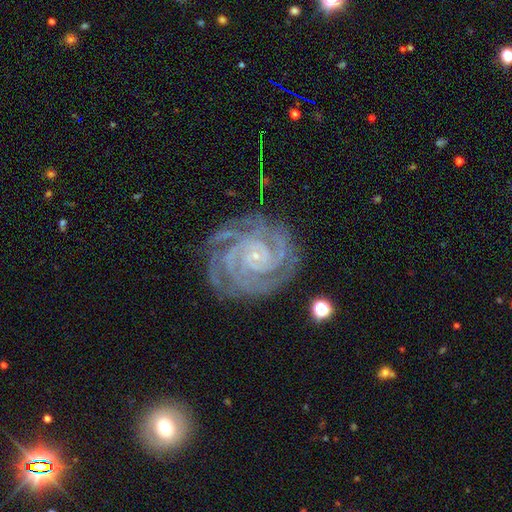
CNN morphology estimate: A featured or disk galaxy (92%) with no bar (68%), 4 (25%, tied with 3) tight (83%) spiral arms (99%) and a small central bulge (88%). Merging: none (76%).